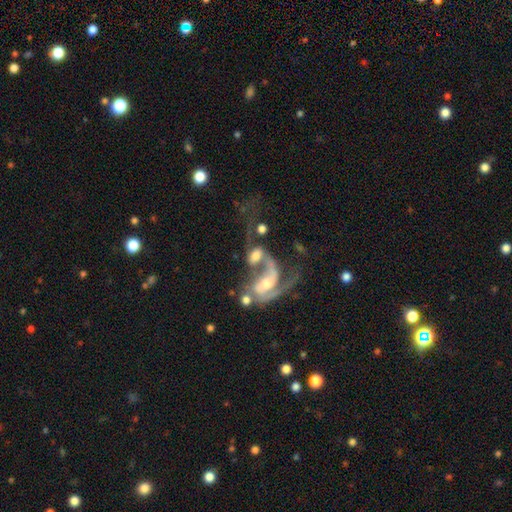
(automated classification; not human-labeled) Smooth or featured: featured or disk — 70% (smooth — 21%)
Edge-on disk: no — 95% (yes — 5%)
Bar: no — 50% (weak — 35%)
Spiral arms: yes — 82% (no — 18%)
Spiral winding: loose — 60% (medium — 30%)
Spiral arm count: 2 — 60% (1 — 21%)
Bulge size: moderate — 49% (small — 20%)
Merging: merger — 65% (major disturbance — 18%)